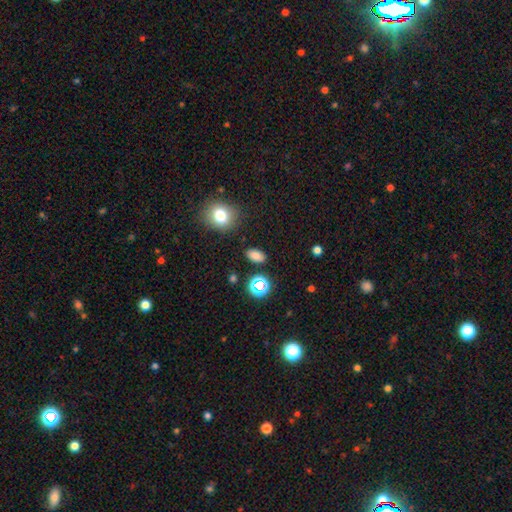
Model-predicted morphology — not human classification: A smooth galaxy with no disk features (77%) that is in between round and cigar-shaped (86%). Merging: none (85%).